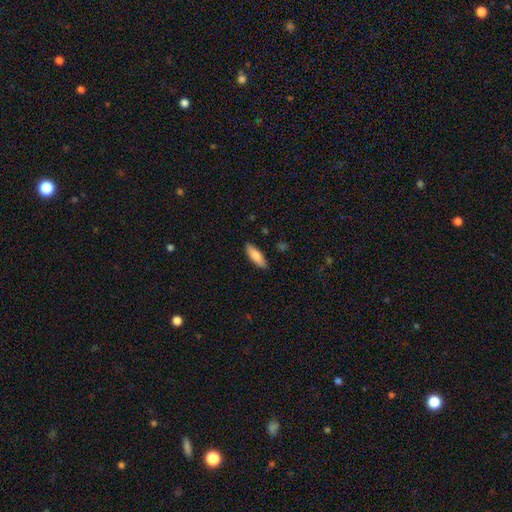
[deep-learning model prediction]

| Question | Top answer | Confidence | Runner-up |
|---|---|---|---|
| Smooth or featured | smooth | 81% | featured or disk (14%) |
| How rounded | in between | 53% | cigar-shaped (45%) |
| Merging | none | 87% | minor disturbance (10%) |